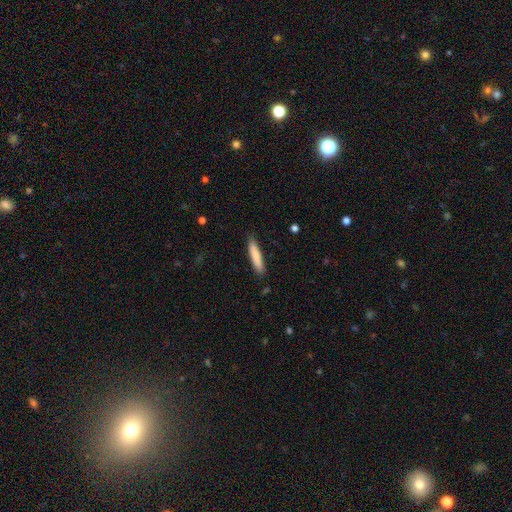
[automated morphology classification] This is clearly a smooth galaxy (82%). How rounded: clearly cigar-shaped (89%). Merging: clearly none (87%).